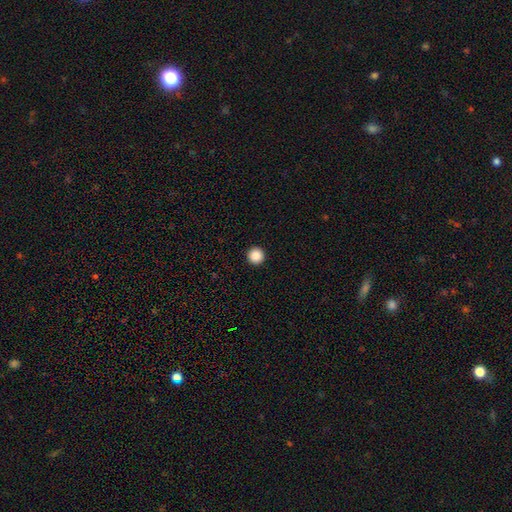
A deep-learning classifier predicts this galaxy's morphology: Q: Smooth or featured?
A: smooth (88%); runner-up: star or artifact (9%)
Q: How rounded?
A: round (97%); runner-up: in between (2%)
Q: Merging?
A: none (94%); runner-up: minor disturbance (3%)